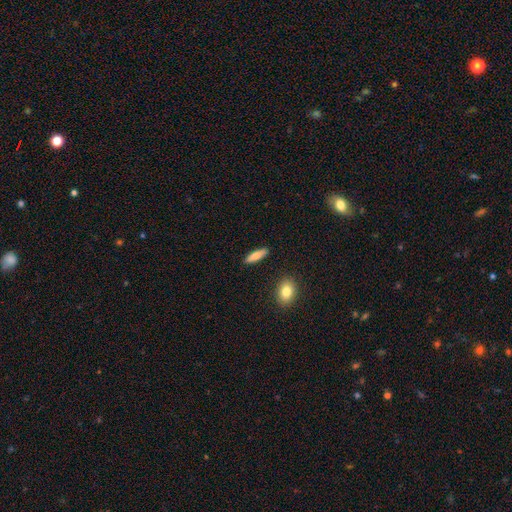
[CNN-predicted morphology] This is likely a smooth galaxy (72%). How rounded: possibly cigar-shaped (59%). Merging: clearly none (89%).